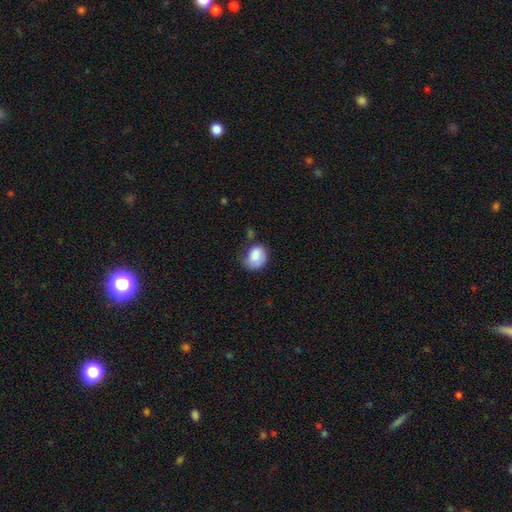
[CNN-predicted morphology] The model was most divided on "how rounded": round: 50%, in between: 49%, cigar-shaped: 1%. Remaining: smooth or featured — smooth (77%); merging — none (44%).